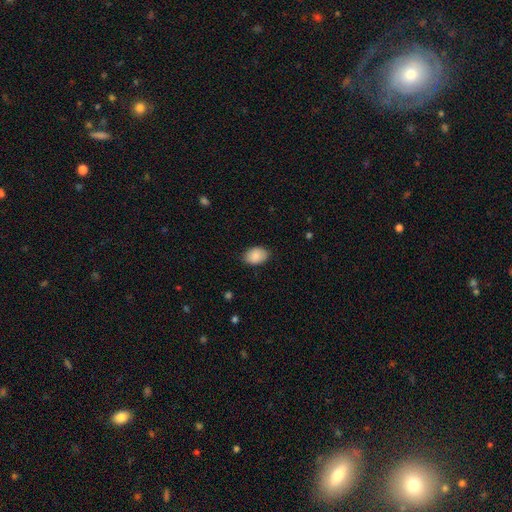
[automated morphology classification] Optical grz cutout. It shows a smooth galaxy with no disk features (88%) that is in between round and cigar-shaped (85%). Merging: none (85%).